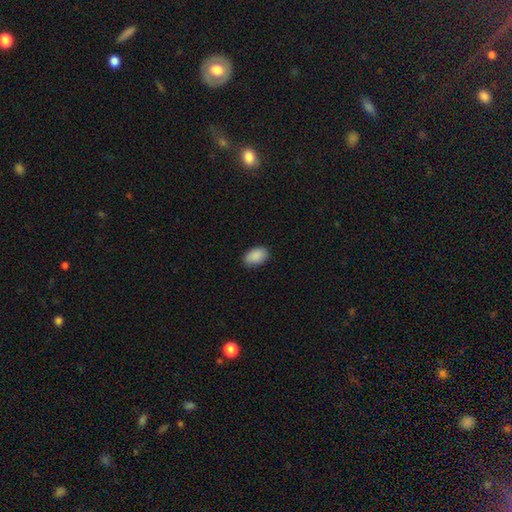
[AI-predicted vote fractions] Q: Smooth or featured?
A: smooth (90%); runner-up: star or artifact (7%)
Q: How rounded?
A: in between (90%); runner-up: round (8%)
Q: Merging?
A: none (83%); runner-up: minor disturbance (14%)